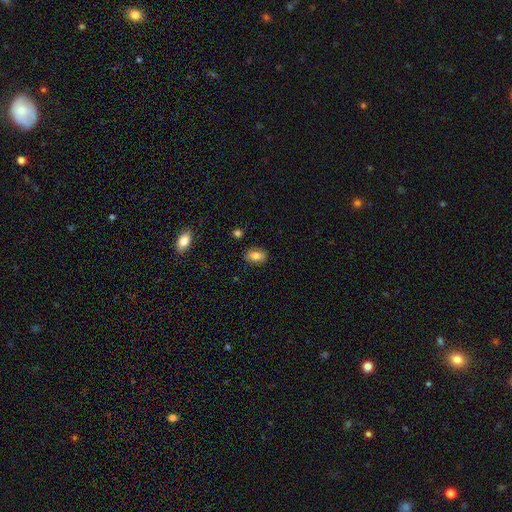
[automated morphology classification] A smooth galaxy with no disk features (81%) that is in between round and cigar-shaped (85%).

Vote fractions:
- Smooth or featured? smooth: 81% / featured or disk: 10% / star or artifact: 9%
- How rounded? in between: 85% / round: 13% / cigar-shaped: 2%
- Merging? none: 86% / minor disturbance: 10% / major disturbance: 2% / merger: 2%